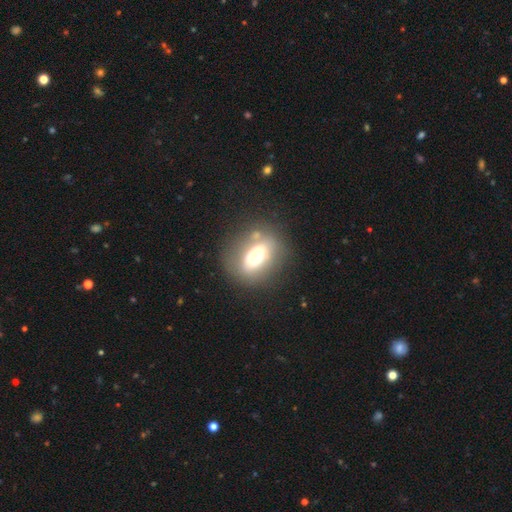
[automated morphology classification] This is possibly a smooth galaxy (54%). How rounded: likely in between (69%). Merging: likely none (64%).